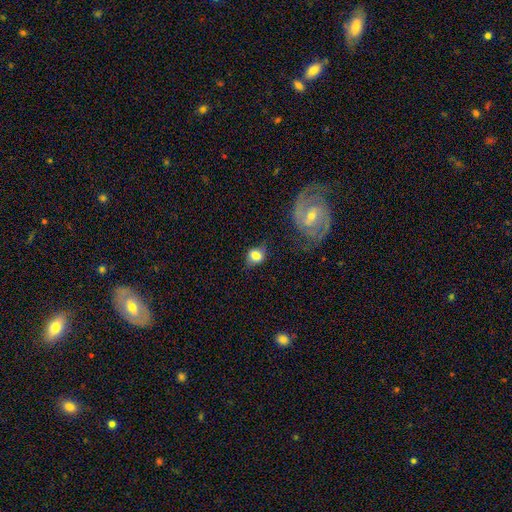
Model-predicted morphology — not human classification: Smooth or featured: smooth — 69% (featured or disk — 22%)
How rounded: round — 51% (in between — 47%)
Merging: none — 59% (minor disturbance — 26%)